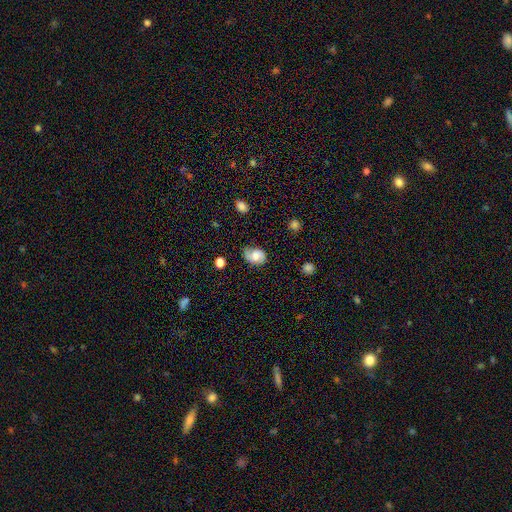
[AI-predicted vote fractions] The model was most divided on "smooth or featured": smooth: 47%, featured or disk: 44%, star or artifact: 9%. More confident: merging — none (64%).